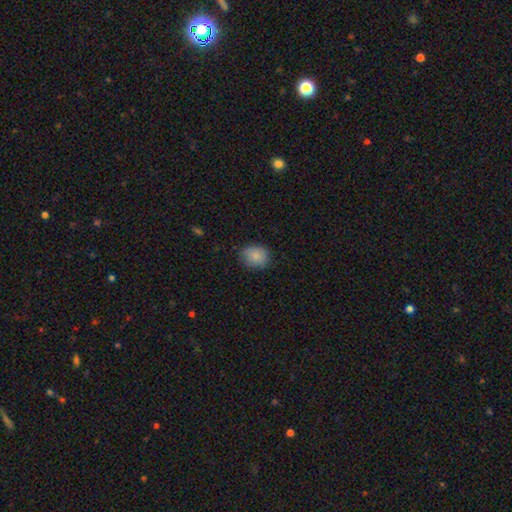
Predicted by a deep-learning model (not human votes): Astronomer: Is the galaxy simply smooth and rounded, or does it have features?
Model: smooth — 87%.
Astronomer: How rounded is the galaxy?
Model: round — 60% (runner-up: in between, 39%).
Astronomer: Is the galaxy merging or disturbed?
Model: none — 81%.